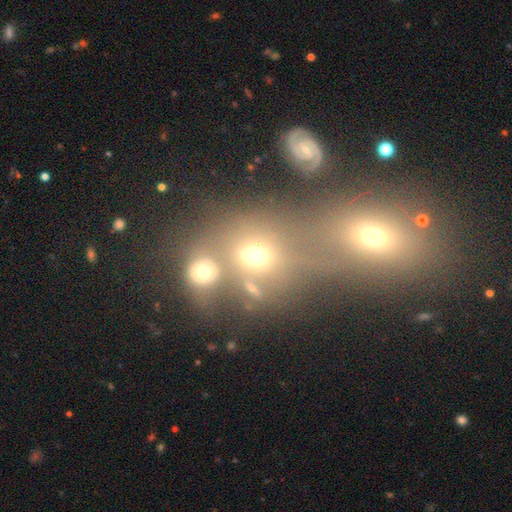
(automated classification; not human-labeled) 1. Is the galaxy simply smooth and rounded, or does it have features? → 56% smooth, 24% star or artifact, 20% featured or disk.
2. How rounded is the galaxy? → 68% round, 31% in between, 2% cigar-shaped.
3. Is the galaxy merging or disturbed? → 56% merger, 31% none, 7% minor disturbance, 6% major disturbance.